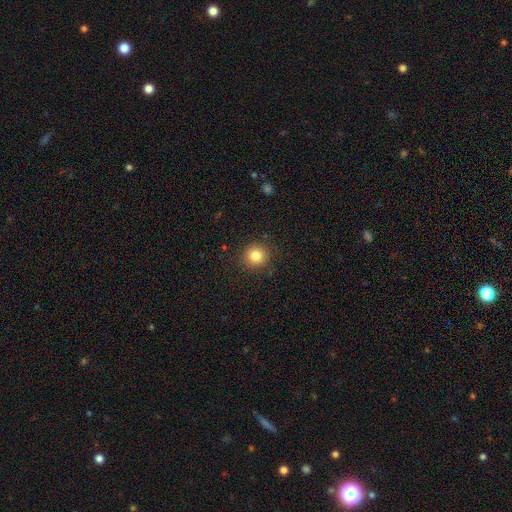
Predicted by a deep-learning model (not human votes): This appears to be a smooth galaxy with no disk features (82%) that is round (92%). Merging: none (89%).